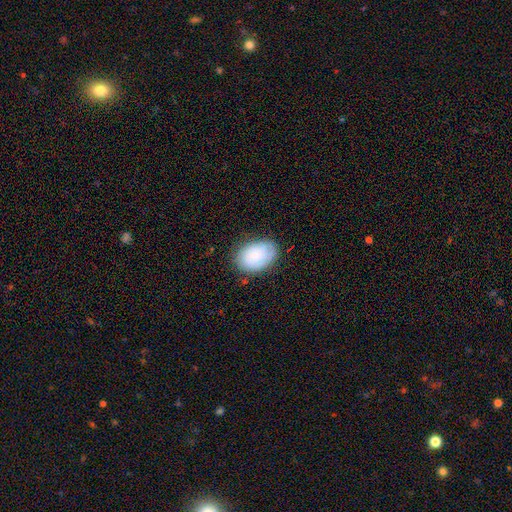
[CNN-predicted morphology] Smooth or featured?
  - smooth: 62% *
  - featured or disk: 30%
  - star or artifact: 8%
How rounded?
  - in between: 80% *
  - round: 19%
  - cigar-shaped: 1%
Merging?
  - none: 74% *
  - minor disturbance: 19%
  - major disturbance: 6%
  - merger: 1%